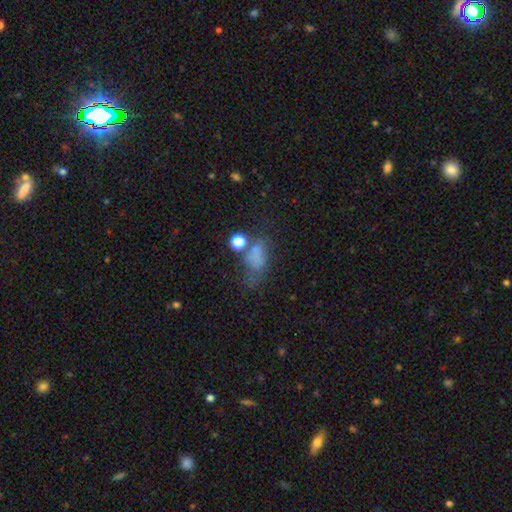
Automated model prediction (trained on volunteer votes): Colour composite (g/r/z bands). It shows a smooth galaxy with no disk features (61%) that is in between round and cigar-shaped (75%). Merging: none (34%).